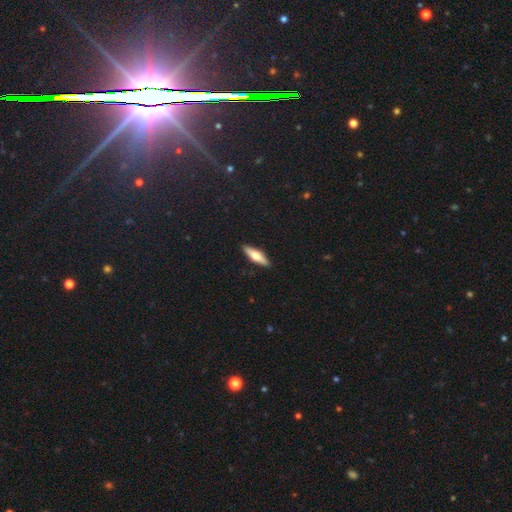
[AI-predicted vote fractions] Smooth or featured?
  - smooth: 49% *
  - featured or disk: 45%
  - star or artifact: 6%
Merging?
  - none: 91% *
  - minor disturbance: 7%
  - major disturbance: 2%
  - merger: 1%